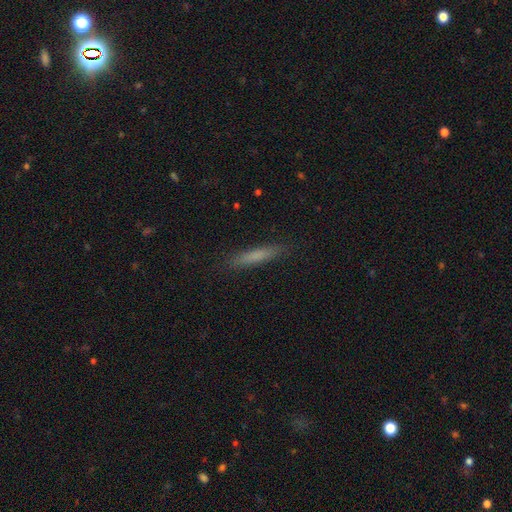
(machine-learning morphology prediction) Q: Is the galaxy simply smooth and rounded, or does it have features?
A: smooth — 71%.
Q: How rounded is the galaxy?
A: cigar-shaped — 93%.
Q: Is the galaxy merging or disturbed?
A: none — 89%.